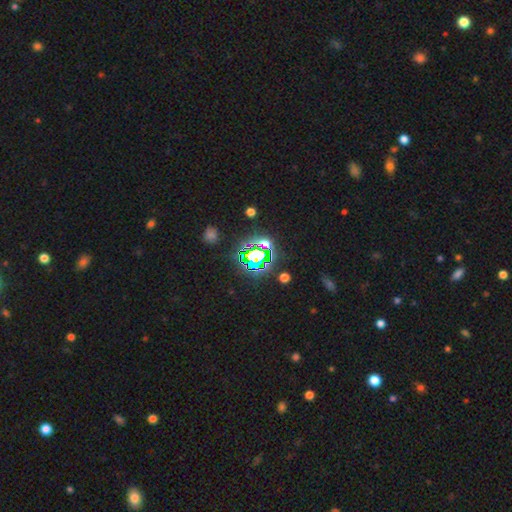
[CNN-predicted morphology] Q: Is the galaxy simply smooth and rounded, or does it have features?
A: star or artifact — 72%.